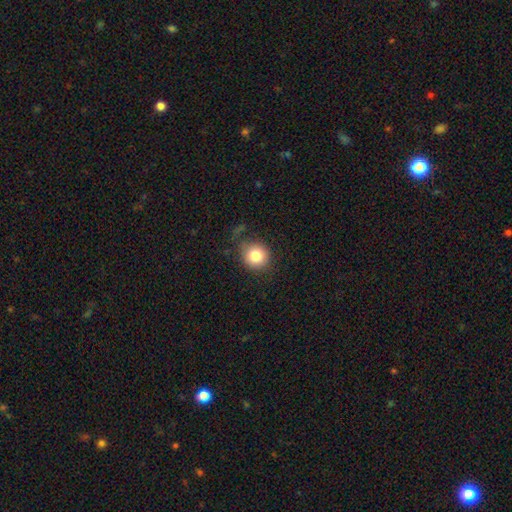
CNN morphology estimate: A smooth galaxy with no disk features (82%) that is round (89%). Merging: none (70%).